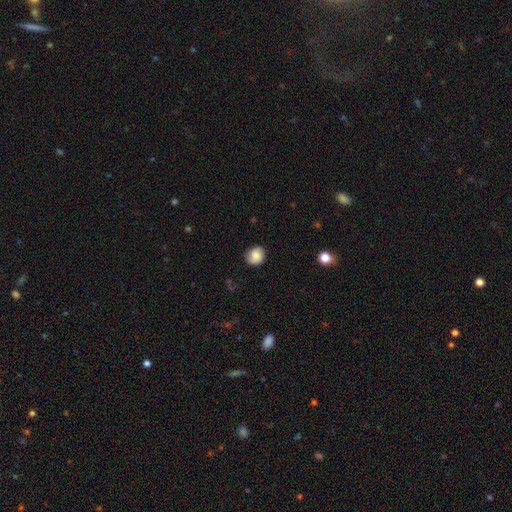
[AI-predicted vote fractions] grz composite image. It shows a smooth galaxy with no disk features (71%) that is round (71%). Merging: none (80%).